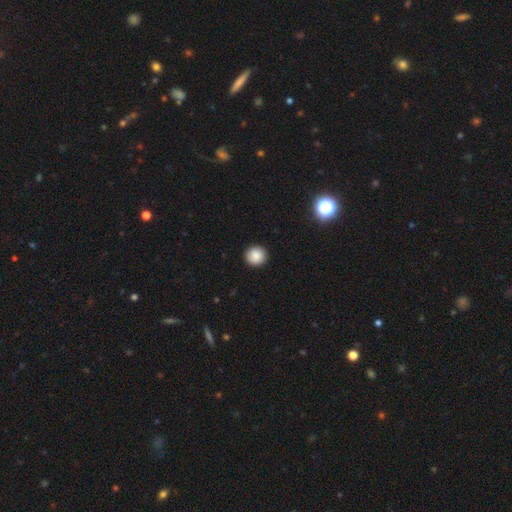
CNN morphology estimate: type=smooth (87%); roundness=round (92%); merging=none (91%).